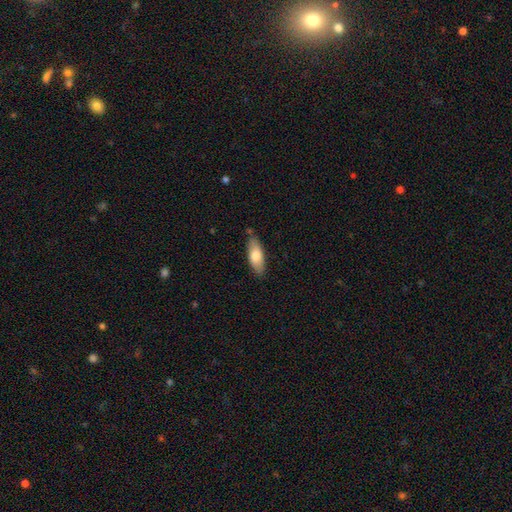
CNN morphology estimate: Smooth or featured: smooth — 76% (featured or disk — 18%)
How rounded: in between — 73% (cigar-shaped — 25%)
Merging: none — 79% (minor disturbance — 15%)